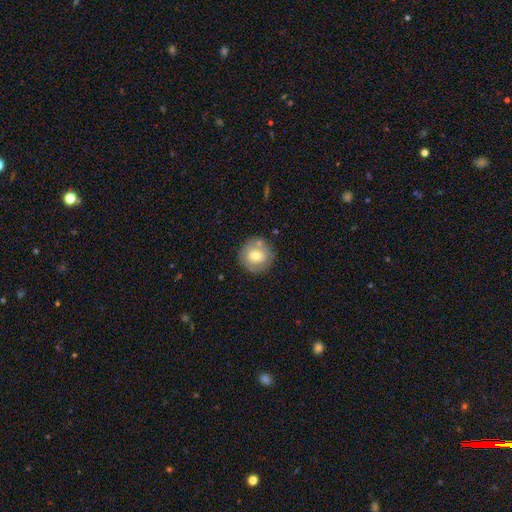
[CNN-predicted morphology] The model was most divided on "smooth or featured": smooth: 68%, featured or disk: 24%, star or artifact: 8%. More confident: how rounded — round (93%); merging — none (78%).